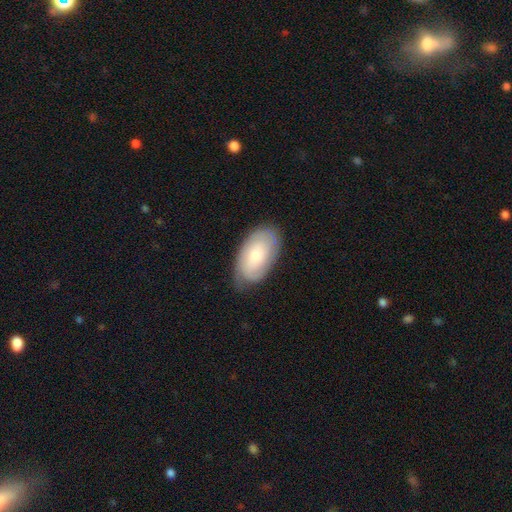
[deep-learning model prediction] Smooth or featured? smooth (51%)
How rounded? in between (94%)
Merging? none (73%)